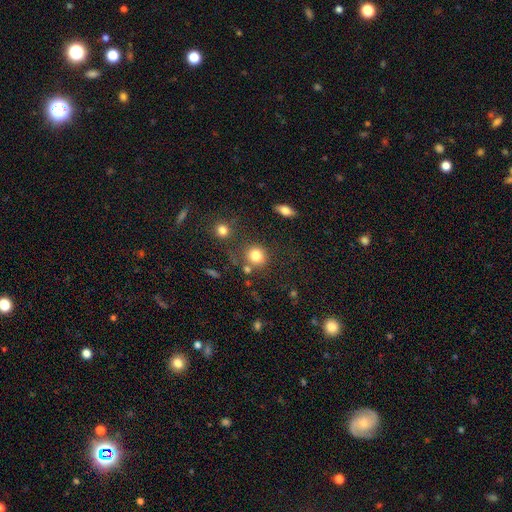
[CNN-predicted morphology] A smooth galaxy with no disk features (81%) that is round (84%). Merging: none (68%).